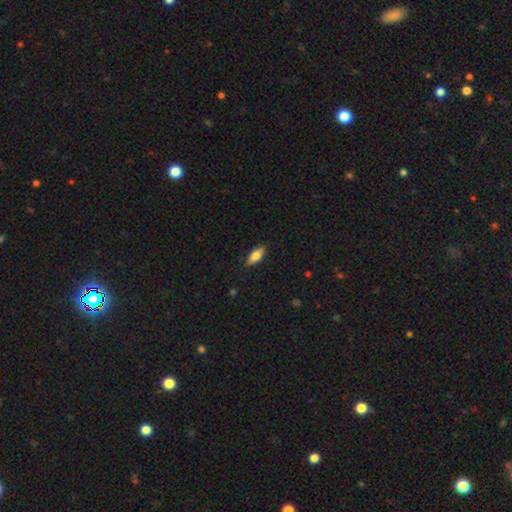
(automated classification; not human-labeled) Morphology: type=smooth (75%); roundness=in between (76%); merging=none (86%).